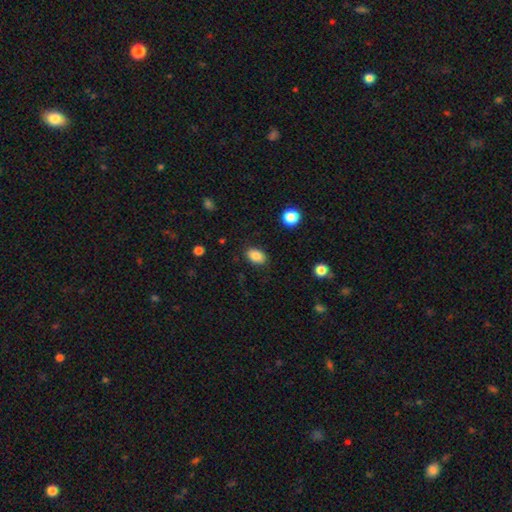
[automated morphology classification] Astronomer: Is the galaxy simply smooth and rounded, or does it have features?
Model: smooth — 86%.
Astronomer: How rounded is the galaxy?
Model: in between — 84%.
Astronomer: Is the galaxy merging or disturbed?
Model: none — 86%.